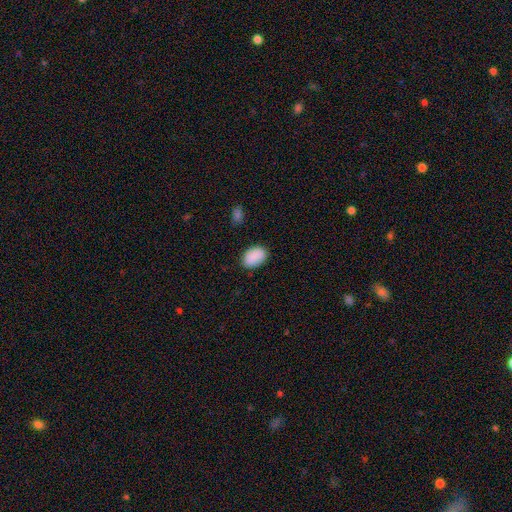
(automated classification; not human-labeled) A smooth galaxy with no disk features (89%) that is in between round and cigar-shaped (84%).

Vote fractions:
- Smooth or featured? smooth: 89% / star or artifact: 7% / featured or disk: 4%
- How rounded? in between: 84% / round: 14% / cigar-shaped: 1%
- Merging? none: 84% / minor disturbance: 12% / major disturbance: 3% / merger: 1%